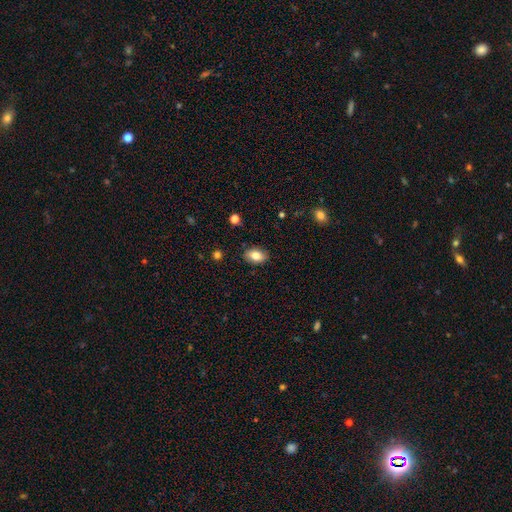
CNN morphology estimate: type=smooth (82%); roundness=in between (87%); merging=none (87%).